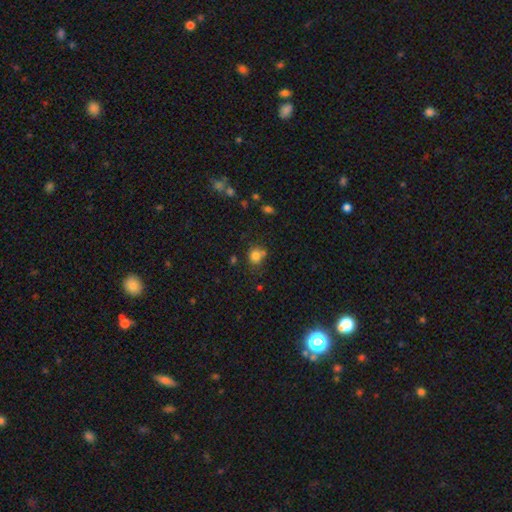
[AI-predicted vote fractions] Morphology: type=smooth (80%); roundness=round (78%); merging=none (63%).